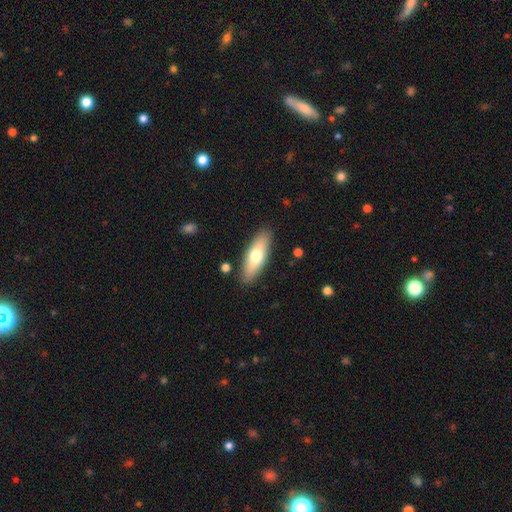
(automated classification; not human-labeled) A smooth galaxy with no disk features (61%) that is in between round and cigar-shaped (54%). Merging: none (89%).